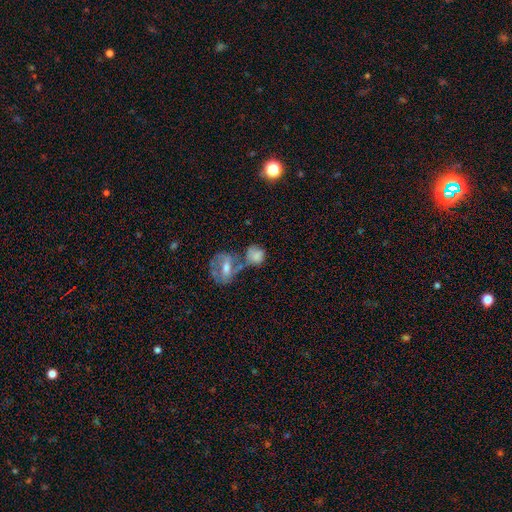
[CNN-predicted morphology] Smooth or featured? Predicted: smooth (p=0.64). How rounded? Predicted: round (p=0.60). Merging? Predicted: merger (p=0.45).